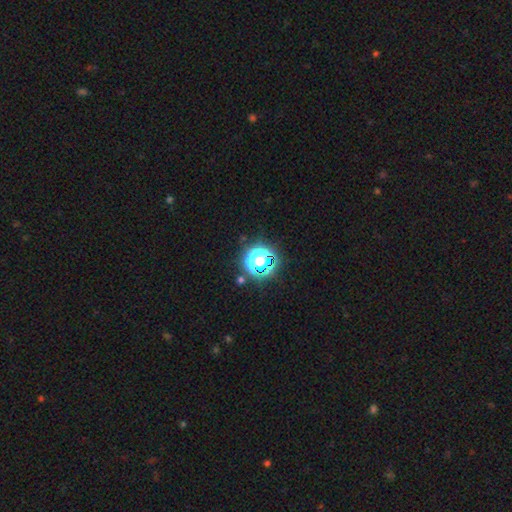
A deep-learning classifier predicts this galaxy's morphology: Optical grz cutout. It shows a star or artifact, not a galaxy (71%).